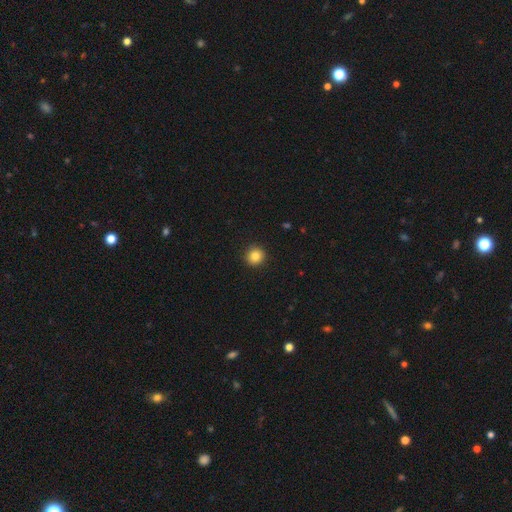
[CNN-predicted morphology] smooth 86%, star or artifact 10%, featured or disk 4%. Down the decision tree: how rounded — round (93%); merging — none (92%).